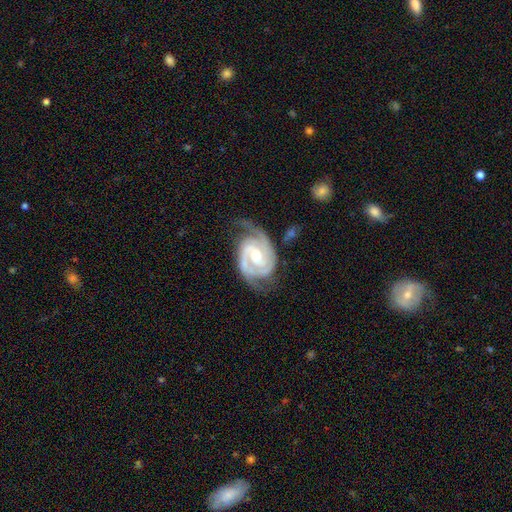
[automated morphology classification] type=featured or disk (93%); edge-on=no (98%); bar=weak (46%); spiral arms=yes (98%); winding=tight (58%); arm count=2 (71%); bulge=moderate (65%); merging=none (66%).